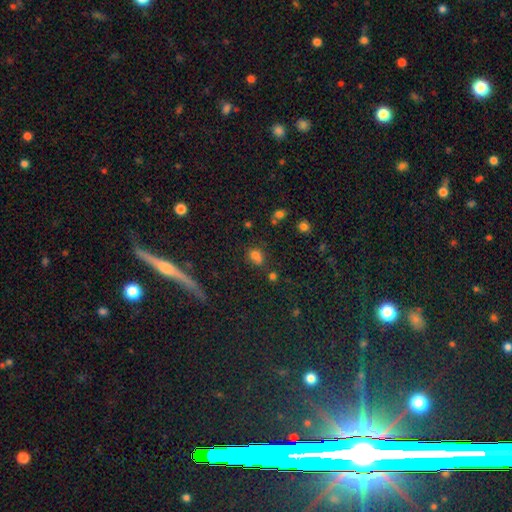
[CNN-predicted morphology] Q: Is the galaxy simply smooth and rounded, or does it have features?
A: smooth — 72%.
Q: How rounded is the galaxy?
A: in between — 69%.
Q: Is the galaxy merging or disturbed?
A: none — 65%.